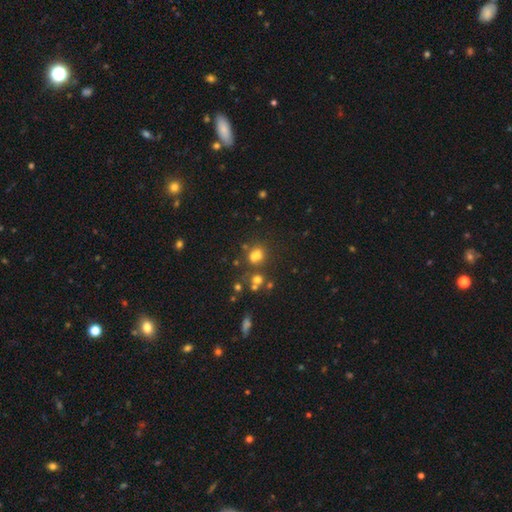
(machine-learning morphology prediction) Overall: smooth (63%). How rounded: round (55%; in between 43%). Merging: none (50%; merger 30%).